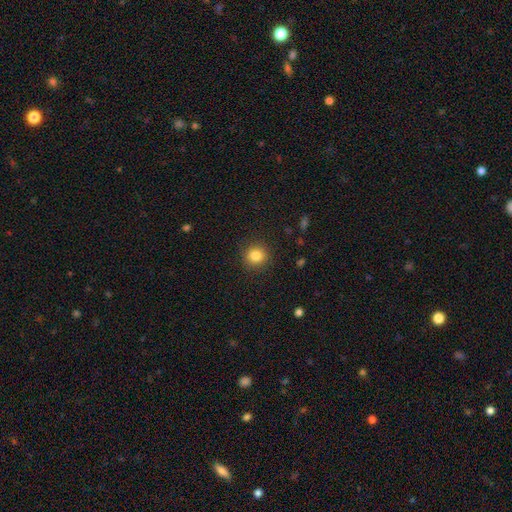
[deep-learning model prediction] Smooth or featured? smooth (83%)
How rounded? round (91%)
Merging? none (90%)